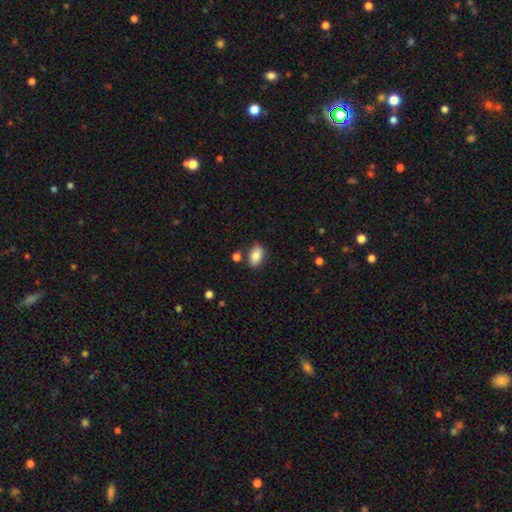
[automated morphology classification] A smooth galaxy with no disk features (82%) that is in between round and cigar-shaped (90%).

Vote fractions:
- Smooth or featured? smooth: 82% / featured or disk: 10% / star or artifact: 8%
- How rounded? in between: 90% / round: 9% / cigar-shaped: 2%
- Merging? none: 77% / minor disturbance: 13% / merger: 7% / major disturbance: 3%